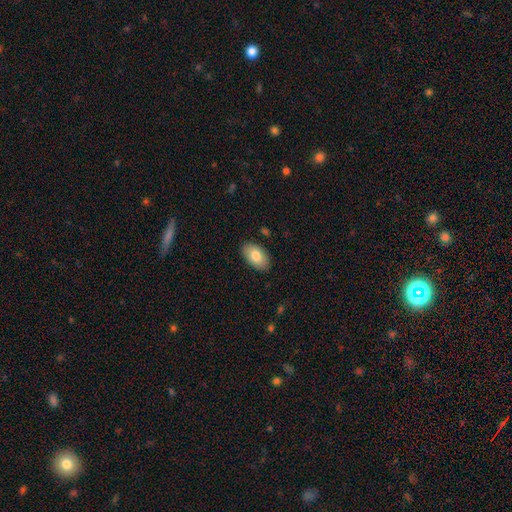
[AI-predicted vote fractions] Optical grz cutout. It shows a smooth galaxy with no disk features (82%) that is in between round and cigar-shaped (94%). Merging: none (87%).